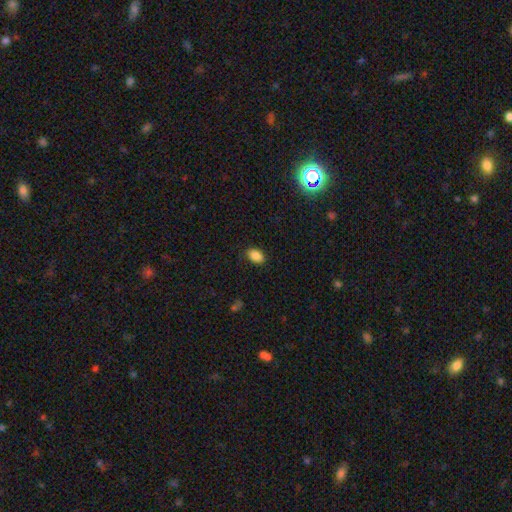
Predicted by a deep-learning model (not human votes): smooth_or_featured: smooth (p=0.85) [alt: star or artifact p=0.10]
how_rounded: in between (p=0.87) [alt: round p=0.12]
merging: none (p=0.85) [alt: minor disturbance p=0.11]